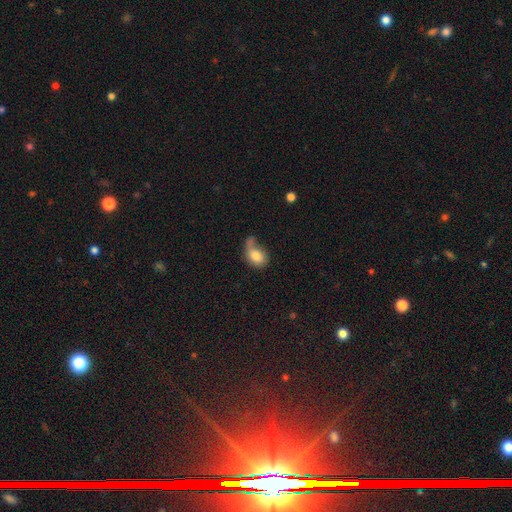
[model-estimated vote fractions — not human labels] This appears to be a smooth galaxy with no disk features (77%) that is in between round and cigar-shaped (70%). Merging: none (32%).